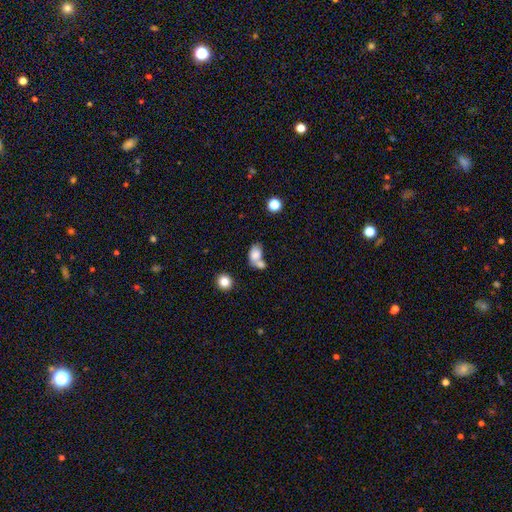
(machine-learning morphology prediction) The model was most divided on "merging": merger: 54%, none: 27%, minor disturbance: 12%, major disturbance: 7%. More confident: how rounded — in between (80%); smooth or featured — smooth (78%).